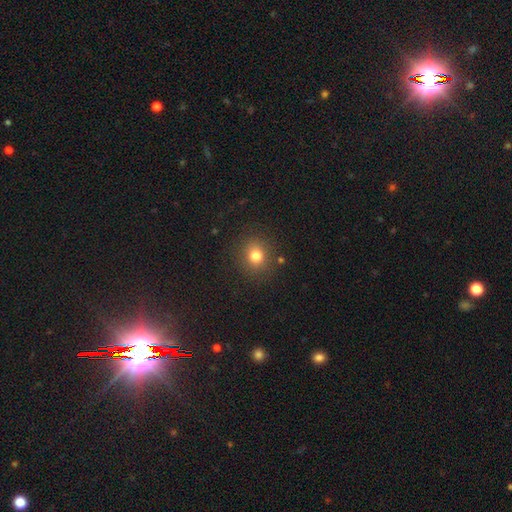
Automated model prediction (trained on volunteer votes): Smooth or featured? smooth (79%)
How rounded? round (82%)
Merging? none (86%)